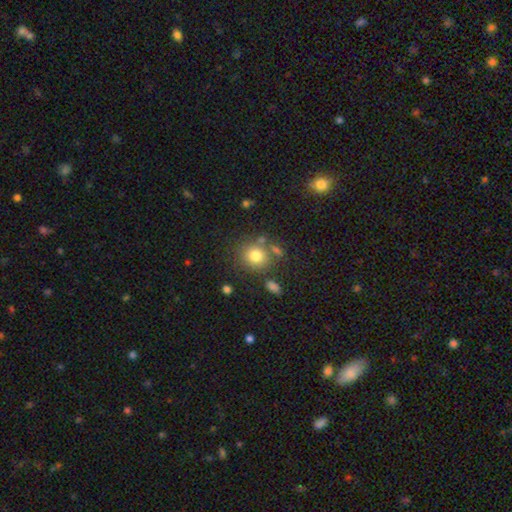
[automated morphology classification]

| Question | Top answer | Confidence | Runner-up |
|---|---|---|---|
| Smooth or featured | smooth | 78% | star or artifact (12%) |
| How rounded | round | 82% | in between (17%) |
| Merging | none | 72% | minor disturbance (12%) |